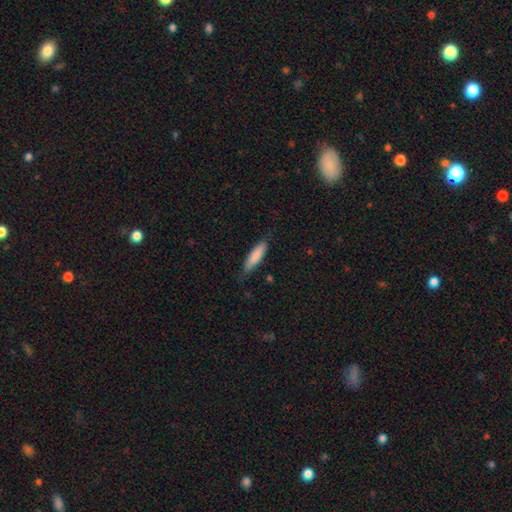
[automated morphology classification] The model was most divided on "how rounded": cigar-shaped: 67%, in between: 31%, round: 1%. More confident: smooth or featured — smooth (83%); merging — none (80%).